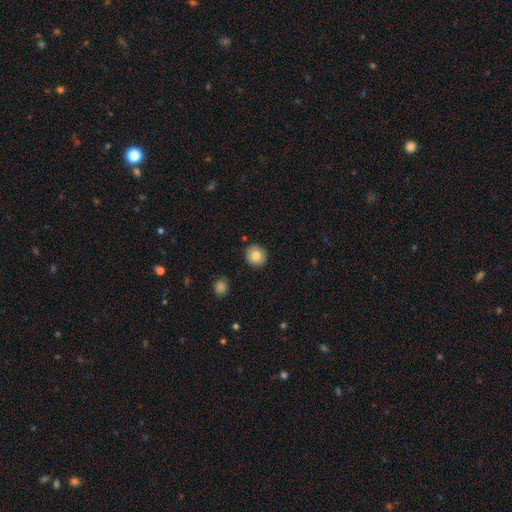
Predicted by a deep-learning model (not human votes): Overall: smooth (82%). How rounded: round (87%). Merging: none (90%).